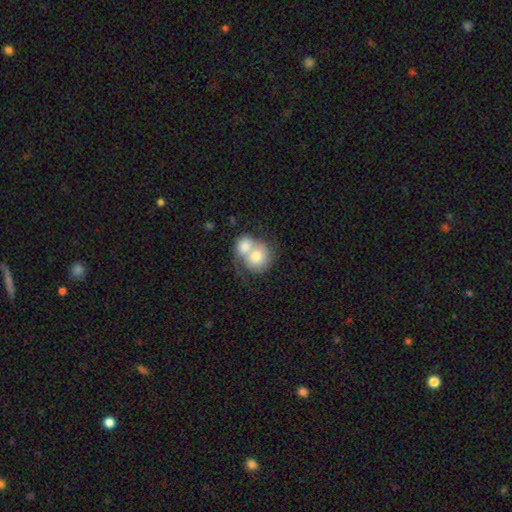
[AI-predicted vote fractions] A smooth galaxy with no disk features (66%) that is round (74%).

Vote fractions:
- Smooth or featured? smooth: 66% / featured or disk: 28% / star or artifact: 6%
- How rounded? round: 74% / in between: 25% / cigar-shaped: 1%
- Merging? merger: 74% / none: 14% / minor disturbance: 6% / major disturbance: 6%